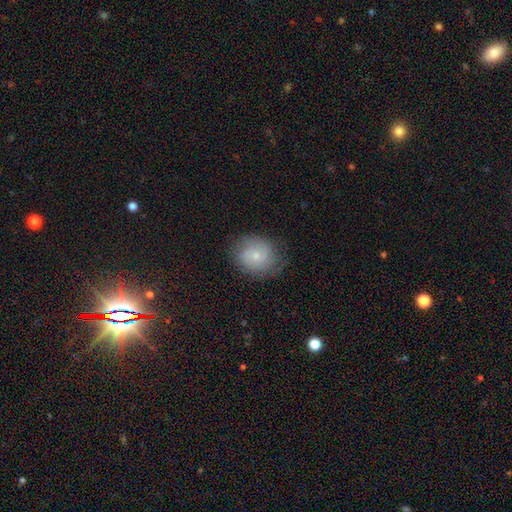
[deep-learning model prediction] Smooth or featured?
  - smooth: 47% *
  - featured or disk: 44%
  - star or artifact: 9%
Merging?
  - none: 77% *
  - minor disturbance: 16%
  - major disturbance: 5%
  - merger: 1%